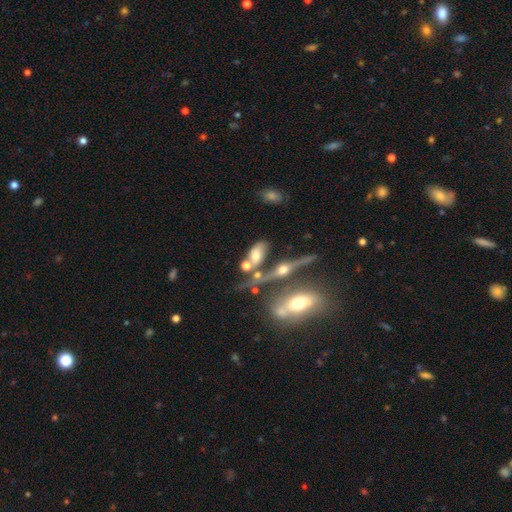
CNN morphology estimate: This appears to be a smooth galaxy with no disk features (49%). Merging: none (43%).